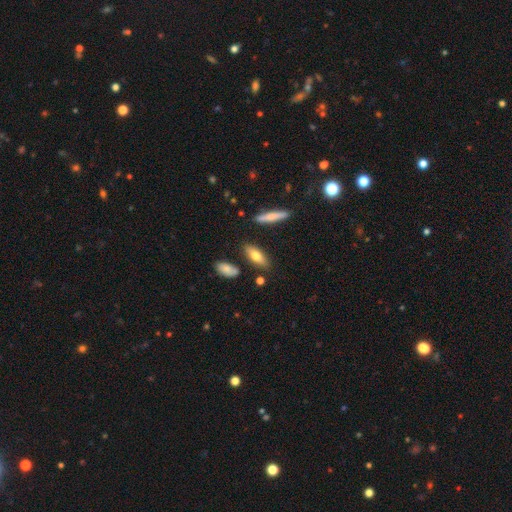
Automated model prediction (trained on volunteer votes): This appears to be a smooth galaxy with no disk features (70%) that is in between round and cigar-shaped (65%). Merging: none (81%).